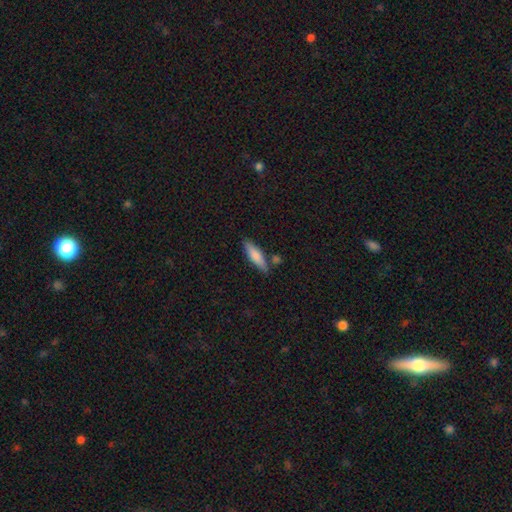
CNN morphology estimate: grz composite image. It shows a smooth galaxy with no disk features (75%) that is cigar-shaped (66%). Merging: none (75%).